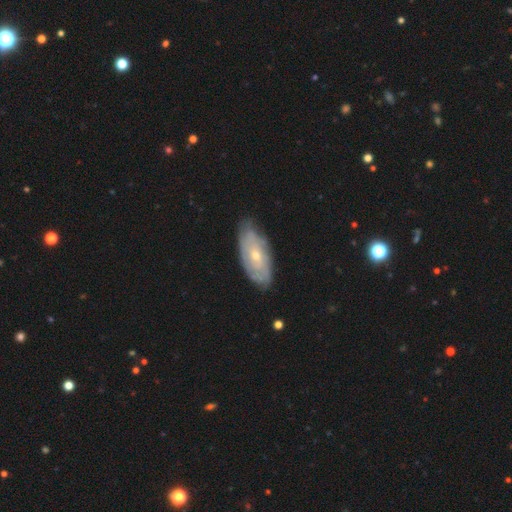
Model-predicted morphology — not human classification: Overall: featured or disk (67%). Edge-on disk: no (90%). Bar: no (78%). Spiral arms: yes (79%). Bulge size: small (59%; moderate 38%). Merging: none (75%).